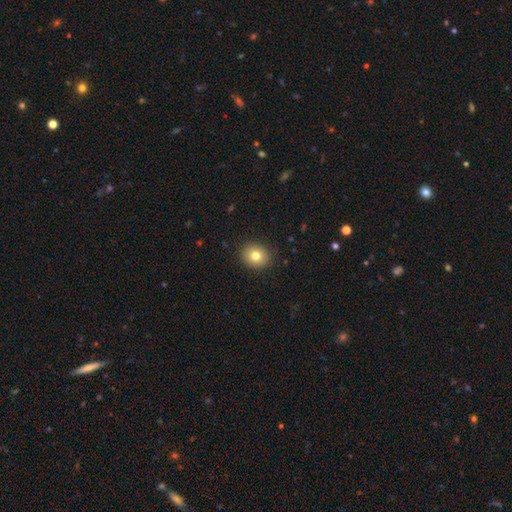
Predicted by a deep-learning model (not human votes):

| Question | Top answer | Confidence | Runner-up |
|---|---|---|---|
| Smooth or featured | smooth | 78% | featured or disk (11%) |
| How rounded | round | 67% | in between (32%) |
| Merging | none | 89% | minor disturbance (8%) |